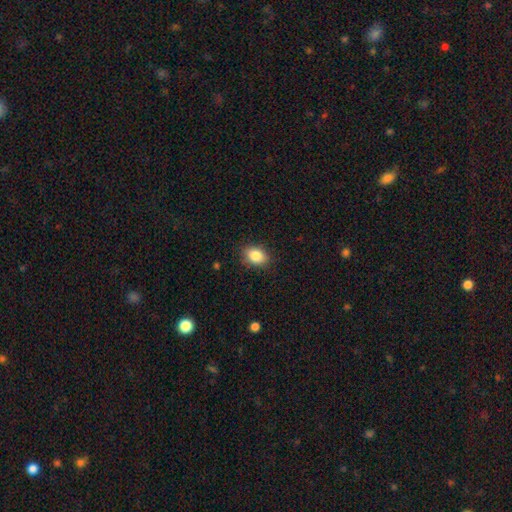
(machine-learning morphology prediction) Smooth or featured?
  - smooth: 86% *
  - star or artifact: 9%
  - featured or disk: 6%
How rounded?
  - in between: 75% *
  - round: 23%
  - cigar-shaped: 1%
Merging?
  - none: 85% *
  - minor disturbance: 12%
  - major disturbance: 3%
  - merger: 1%